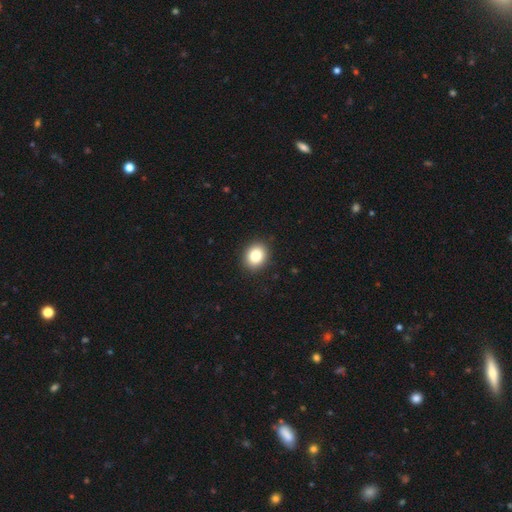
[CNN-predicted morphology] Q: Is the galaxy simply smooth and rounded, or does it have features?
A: smooth — 84%.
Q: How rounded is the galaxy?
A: round — 58%.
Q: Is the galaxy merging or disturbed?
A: none — 91%.